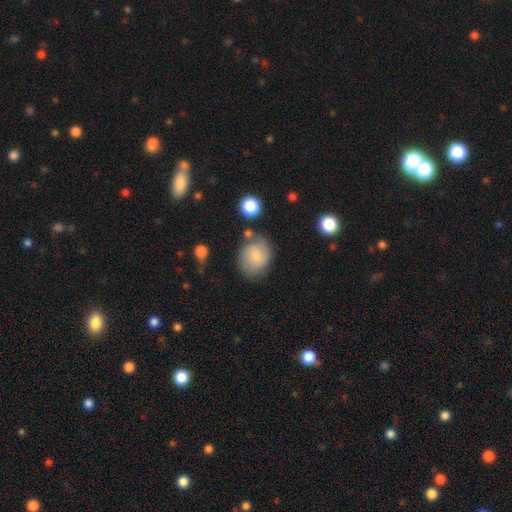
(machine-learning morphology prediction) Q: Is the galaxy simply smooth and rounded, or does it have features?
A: smooth — 68%.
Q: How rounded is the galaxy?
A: round — 56%.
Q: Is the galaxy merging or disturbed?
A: none — 64%.